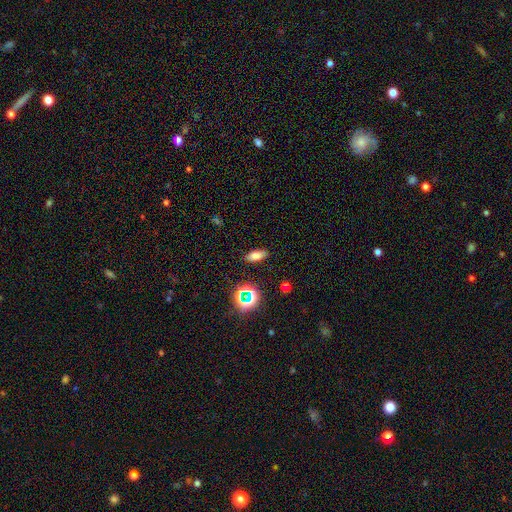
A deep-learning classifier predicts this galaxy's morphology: smooth-or-featured: smooth: 69% | star or artifact: 18% | featured or disk: 13%
  how-rounded: in between: 77% | cigar-shaped: 17% | round: 6%
  merging: none: 87% | minor disturbance: 9% | major disturbance: 3% | merger: 2%